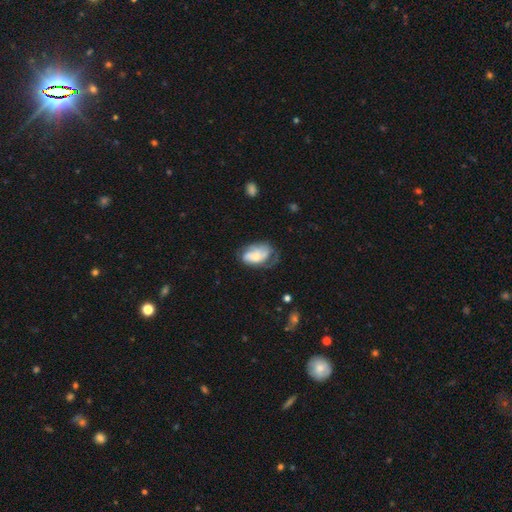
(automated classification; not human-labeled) A featured or disk galaxy (52%) with no bar (71%), spiral arms (72%) and a small central bulge (43%).

Vote fractions:
- Smooth or featured? featured or disk: 52% / smooth: 40% / star or artifact: 8%
- Edge-on disk? no: 96% / yes: 4%
- Bar? no: 71% / weak: 23% / strong: 6%
- Spiral arms? yes: 72% / no: 28%
- Bulge size? small: 43% / moderate: 35% / none: 11% / large: 8% / dominant: 2%
- Merging? none: 39% / minor disturbance: 30% / major disturbance: 28% / merger: 3%